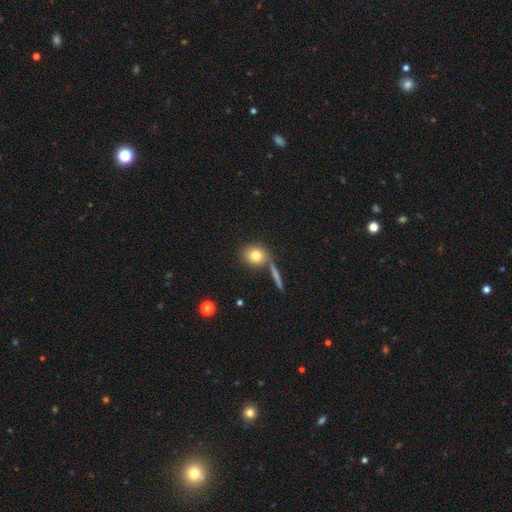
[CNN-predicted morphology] A smooth galaxy with no disk features (79%) that is round (77%). Merging: none (68%).